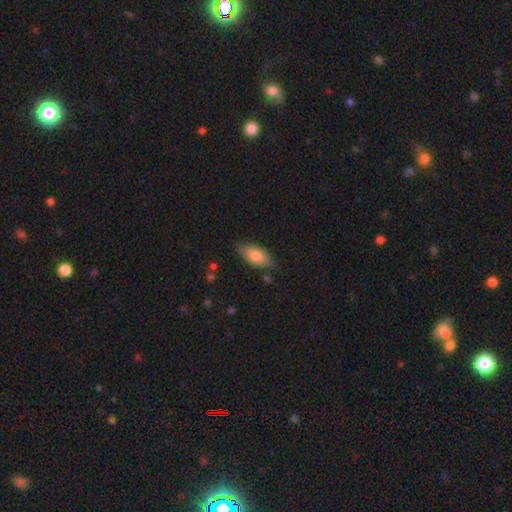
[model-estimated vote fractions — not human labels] Overall: smooth (81%). How rounded: in between (89%). Merging: none (75%).